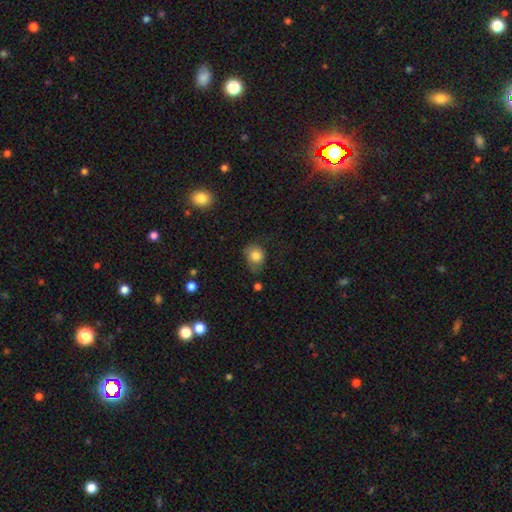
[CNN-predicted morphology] This appears to be a smooth galaxy with no disk features (82%) that is round (65%). Merging: none (52%).